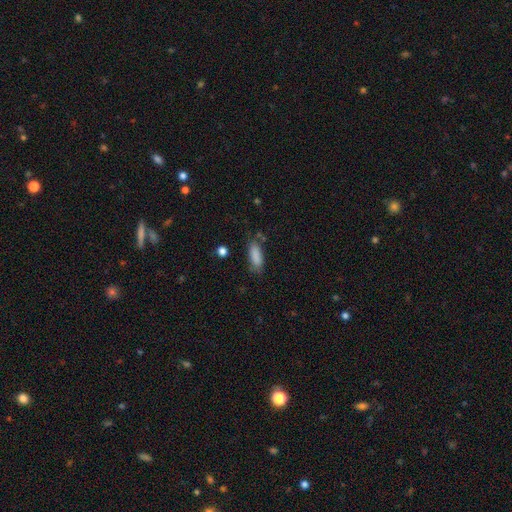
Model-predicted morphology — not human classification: smooth 86%, star or artifact 8%, featured or disk 6%. Down the decision tree: how rounded — in between (67%); merging — none (71%).